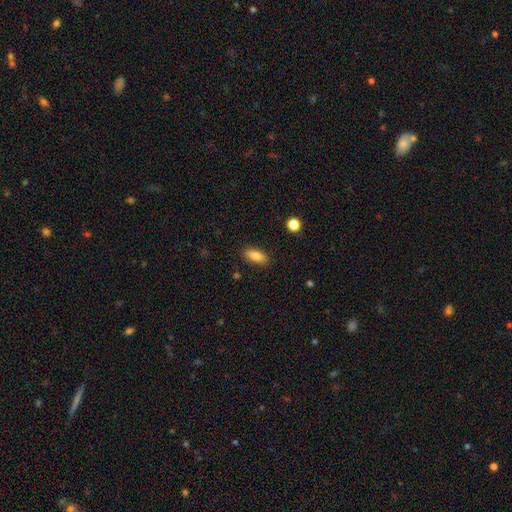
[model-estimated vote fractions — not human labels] Smooth or featured? smooth (81%)
How rounded? in between (80%)
Merging? none (87%)